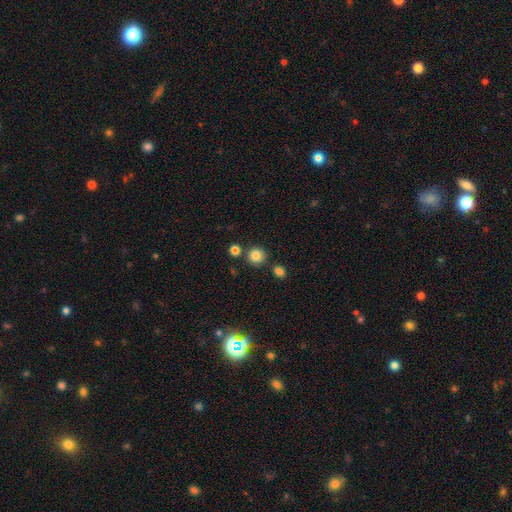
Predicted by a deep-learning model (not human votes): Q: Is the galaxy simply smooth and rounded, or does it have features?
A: smooth — 83%.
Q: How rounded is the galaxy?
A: round — 92%.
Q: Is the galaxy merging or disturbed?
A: none — 80%.